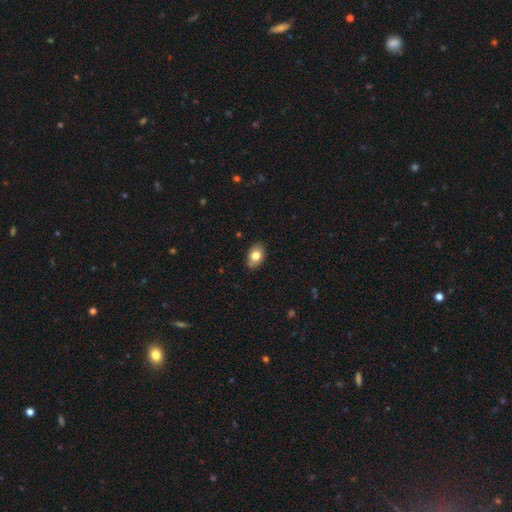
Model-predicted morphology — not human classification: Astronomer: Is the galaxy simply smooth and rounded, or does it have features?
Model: smooth — 78%.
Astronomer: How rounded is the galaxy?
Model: in between — 84%.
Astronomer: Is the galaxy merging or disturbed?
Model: none — 84%.